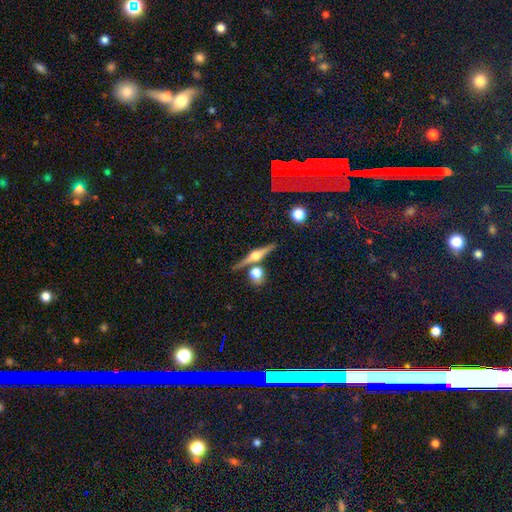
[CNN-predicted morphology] The model was most divided on "smooth or featured": featured or disk: 78%, smooth: 15%, star or artifact: 7%. More confident: edge-on disk — yes (97%); edge-on bulge — rounded (94%); merging — none (78%).